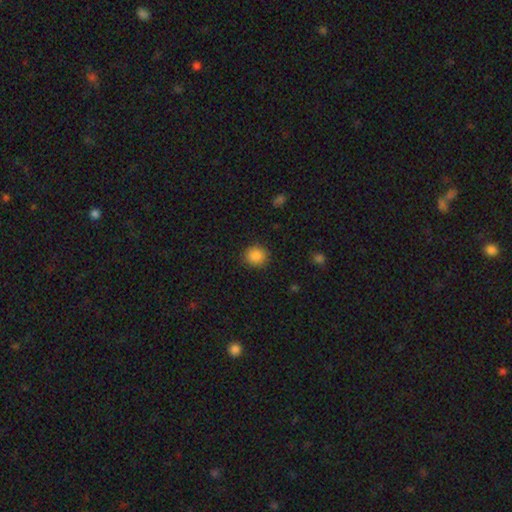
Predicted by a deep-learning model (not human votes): smooth 87%, star or artifact 10%, featured or disk 3%. Down the decision tree: how rounded — round (85%); merging — none (87%).